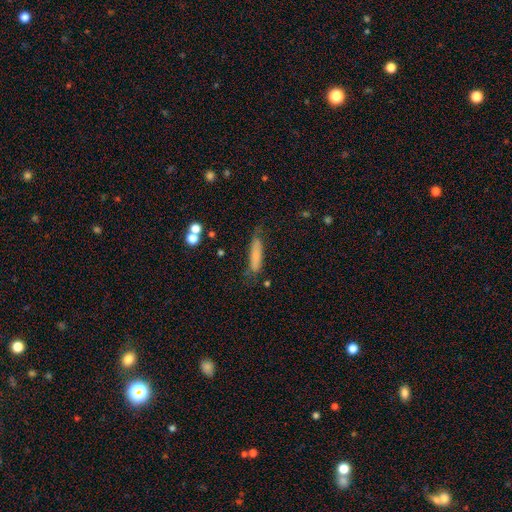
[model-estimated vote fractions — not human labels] A smooth galaxy with no disk features (73%) that is cigar-shaped (81%). Merging: none (64%).